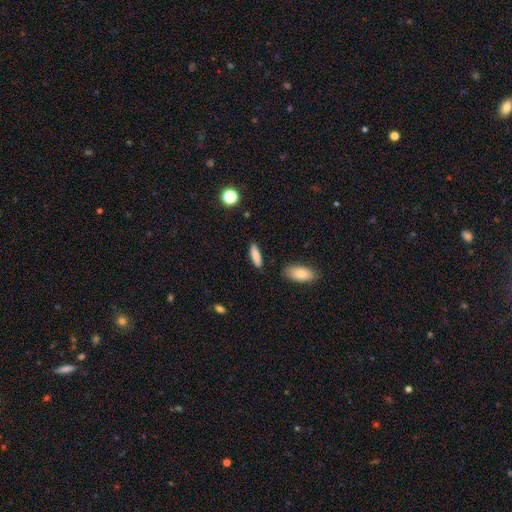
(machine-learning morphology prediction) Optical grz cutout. It shows a smooth galaxy with no disk features (84%) that is cigar-shaped (60%). Merging: none (86%).